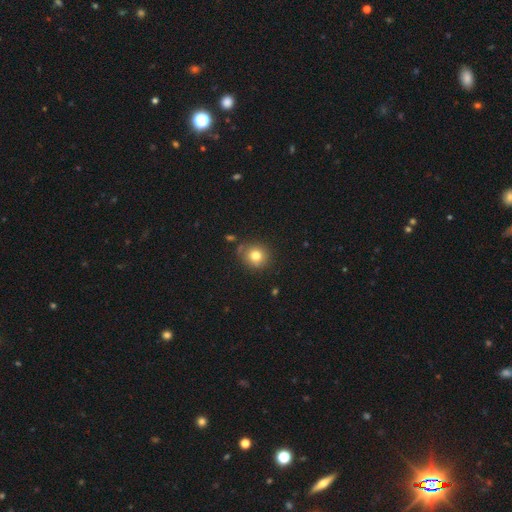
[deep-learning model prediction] The model was most divided on "merging": none: 79%, minor disturbance: 13%, merger: 5%, major disturbance: 3%. More confident: how rounded — round (86%); smooth or featured — smooth (79%).